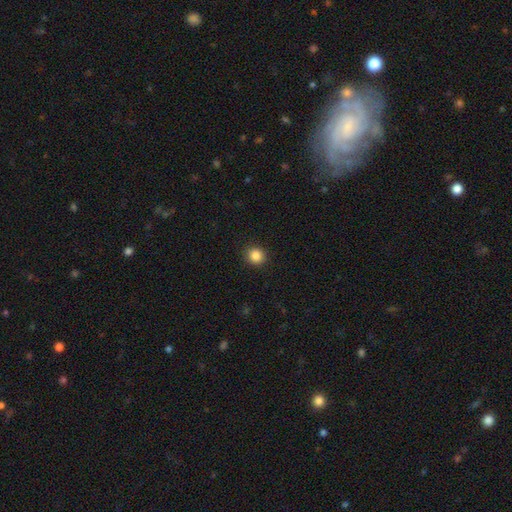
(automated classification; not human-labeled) Overall: smooth (86%). How rounded: round (89%). Merging: none (92%).